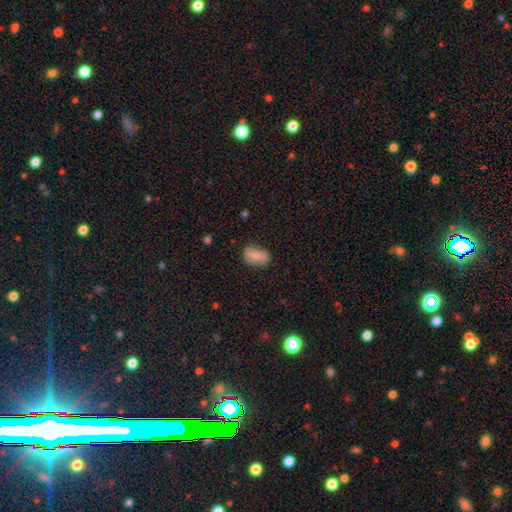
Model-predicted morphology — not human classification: This is likely a smooth galaxy (74%). How rounded: clearly in between (81%). Merging: likely none (72%).